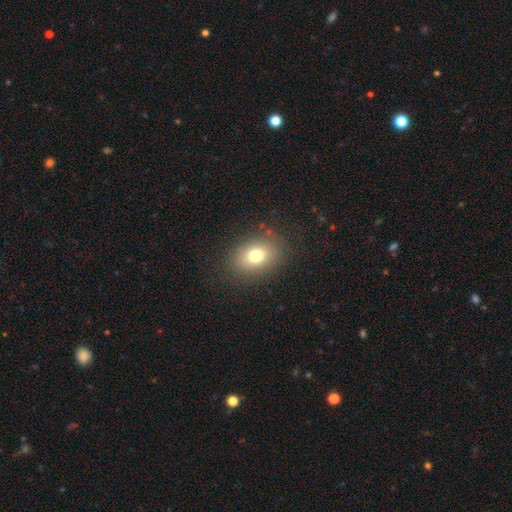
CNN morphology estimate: A smooth galaxy with no disk features (76%) that is in between round and cigar-shaped (70%). Merging: none (84%).